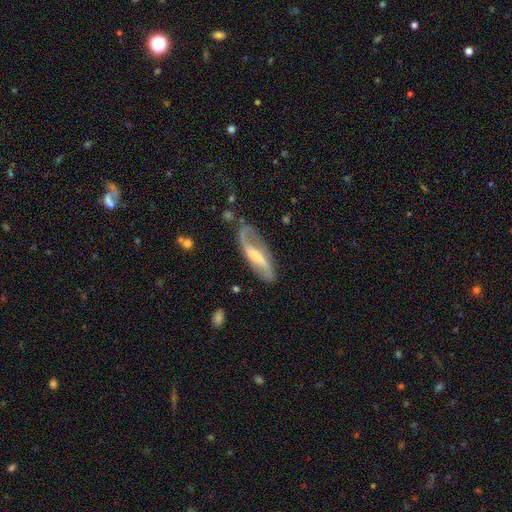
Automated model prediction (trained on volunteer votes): smooth_or_featured: featured or disk (p=0.81) [alt: smooth p=0.14]
disk_edge_on: no (p=0.86) [alt: yes p=0.14]
bar: strong (p=0.41) [alt: weak p=0.38]
has_spiral_arms: yes (p=0.93) [alt: no p=0.07]
spiral_winding: loose (p=0.58) [alt: medium p=0.31]
spiral_arm_count: 2 (p=0.83) [alt: 1 p=0.10]
bulge_size: moderate (p=0.49) [alt: small p=0.40]
merging: none (p=0.68) [alt: minor disturbance p=0.20]